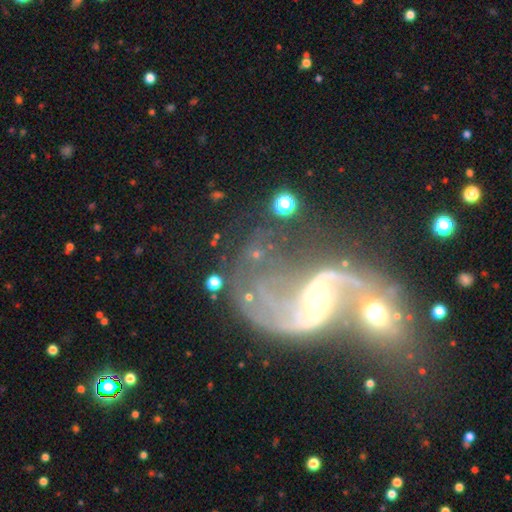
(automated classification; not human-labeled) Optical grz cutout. It shows a featured or disk galaxy (85%) with no bar (42%), 2 (89%) loose (79%) spiral arms (93%) and a small central bulge (59%). Merging: merger (42%).